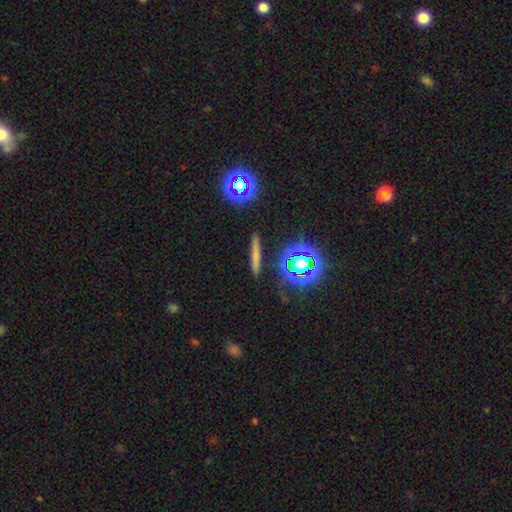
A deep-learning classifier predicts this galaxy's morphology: This appears to be a smooth galaxy with no disk features (59%) that is cigar-shaped (90%). Merging: none (88%).